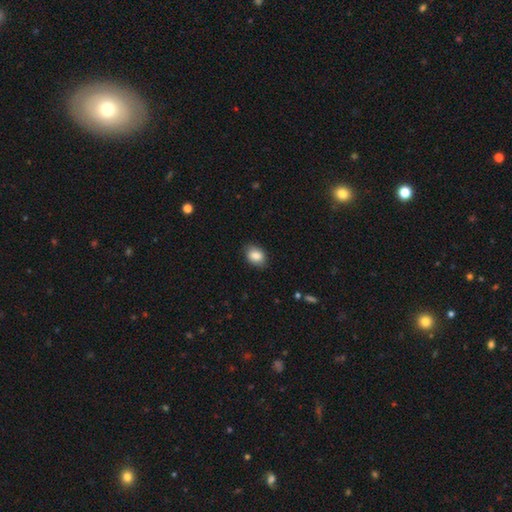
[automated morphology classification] smooth-or-featured: smooth: 86% | star or artifact: 7% | featured or disk: 7%
  how-rounded: in between: 76% | round: 23% | cigar-shaped: 1%
  merging: none: 80% | minor disturbance: 16% | major disturbance: 3% | merger: 1%